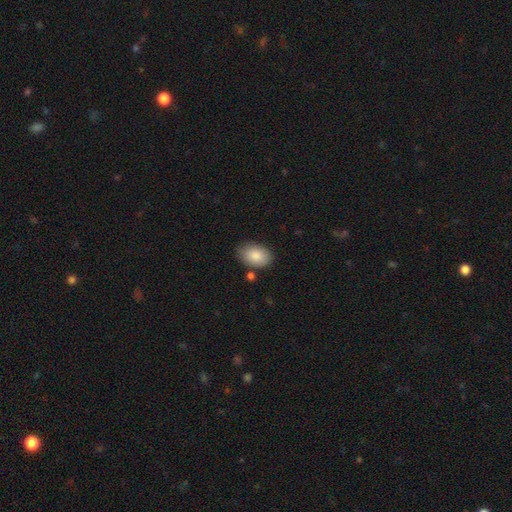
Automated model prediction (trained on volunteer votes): smooth 87%, featured or disk 7%, star or artifact 6%. Down the decision tree: how rounded — in between (89%); merging — none (80%).